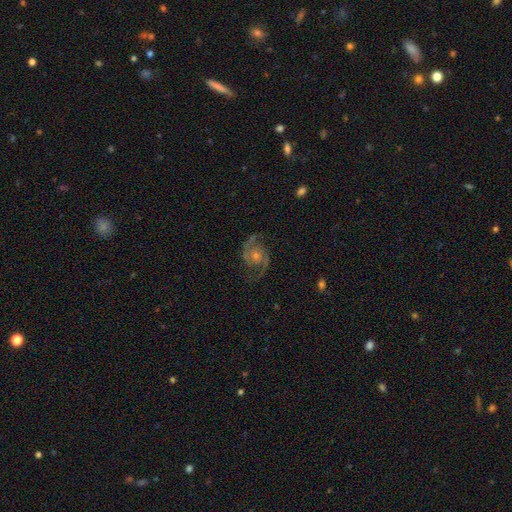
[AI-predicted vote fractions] Q: Smooth or featured?
A: featured or disk (87%); runner-up: star or artifact (7%)
Q: Edge-on disk?
A: no (98%); runner-up: yes (2%)
Q: Bar?
A: no (72%); runner-up: weak (23%)
Q: Spiral arms?
A: yes (97%); runner-up: no (3%)
Q: Spiral winding?
A: medium (57%); runner-up: tight (22%)
Q: Spiral arm count?
A: 2 (92%); runner-up: can't tell (2%)
Q: Bulge size?
A: small (48%); runner-up: moderate (45%)
Q: Merging?
A: none (78%); runner-up: minor disturbance (13%)